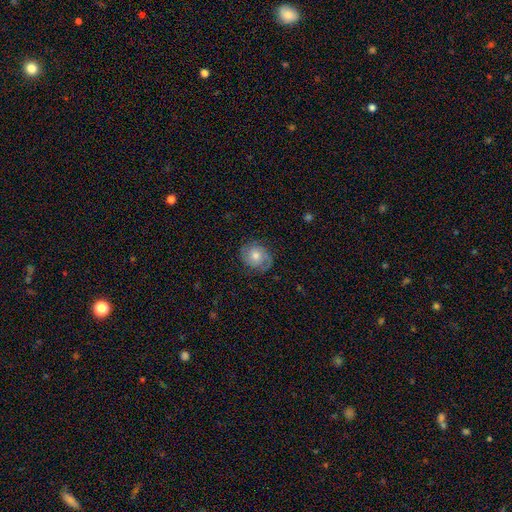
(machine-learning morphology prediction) Smooth or featured: featured or disk — 56% (smooth — 35%)
Edge-on disk: no — 97% (yes — 3%)
Bar: no — 80% (weak — 17%)
Spiral arms: yes — 85% (no — 15%)
Bulge size: moderate — 64% (small — 27%)
Merging: none — 78% (minor disturbance — 16%)